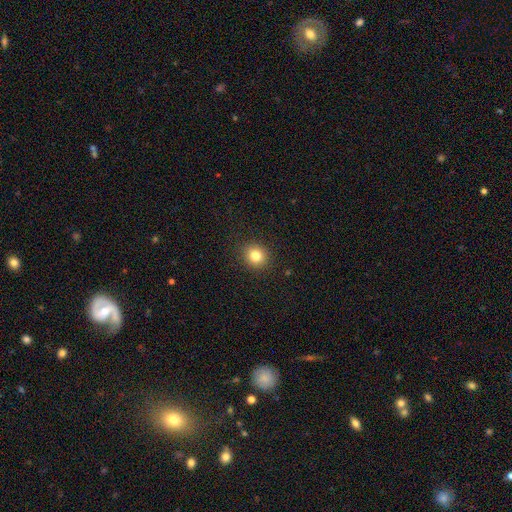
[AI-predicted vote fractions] smooth-or-featured: smooth: 82% | star or artifact: 12% | featured or disk: 7%
  how-rounded: round: 86% | in between: 13% | cigar-shaped: 1%
  merging: none: 91% | minor disturbance: 6% | major disturbance: 2% | merger: 1%